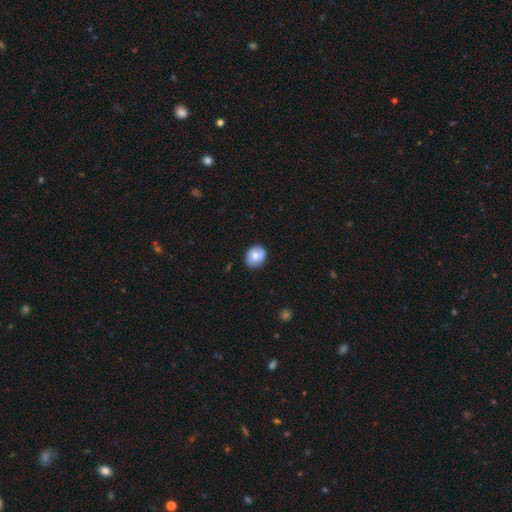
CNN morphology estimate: smooth_or_featured: smooth (p=0.64) [alt: featured or disk p=0.28]
how_rounded: round (p=0.63) [alt: in between p=0.36]
merging: none (p=0.79) [alt: minor disturbance p=0.16]